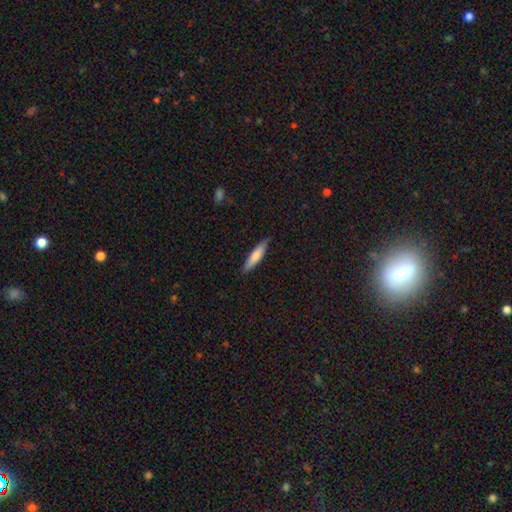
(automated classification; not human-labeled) Smooth or featured? smooth (70%)
How rounded? cigar-shaped (82%)
Merging? none (87%)